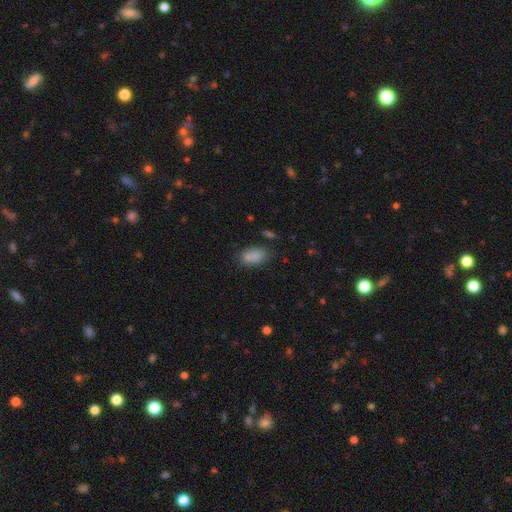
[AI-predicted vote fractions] This is clearly a smooth galaxy (81%). How rounded: clearly in between (91%). Merging: likely none (74%).